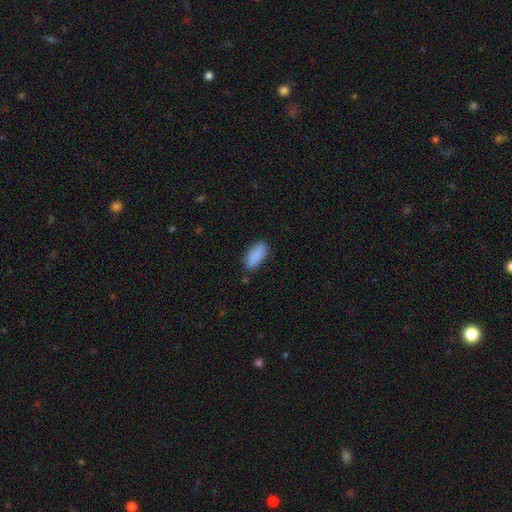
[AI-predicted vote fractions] Smooth or featured? smooth (89%)
How rounded? in between (85%)
Merging? none (83%)